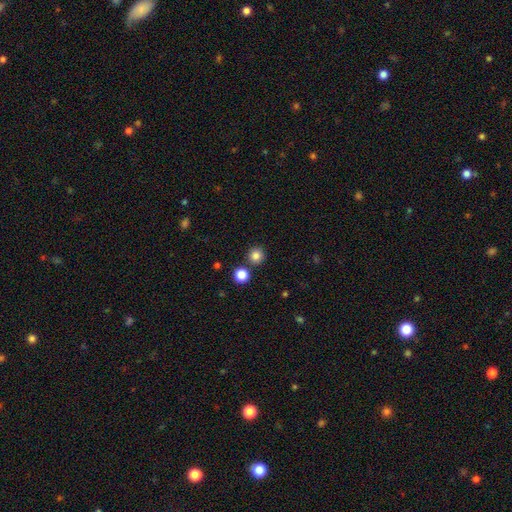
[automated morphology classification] A smooth galaxy with no disk features (83%) that is round (94%). Merging: none (85%).